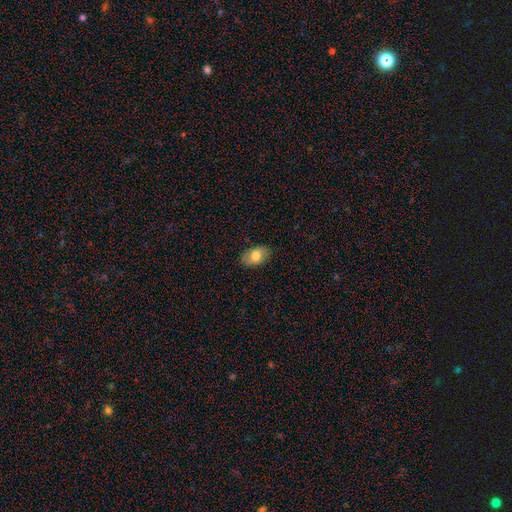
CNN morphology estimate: Overall: smooth (74%). How rounded: in between (89%). Merging: none (82%).